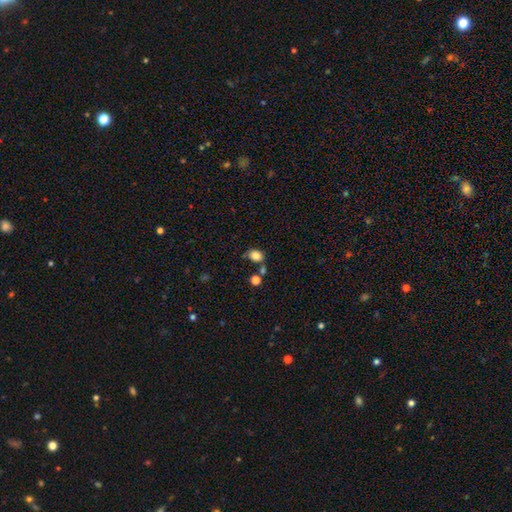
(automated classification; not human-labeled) smooth_or_featured: smooth (p=0.83) [alt: star or artifact p=0.11]
how_rounded: in between (p=0.64) [alt: round p=0.35]
merging: none (p=0.62) [alt: minor disturbance p=0.19]